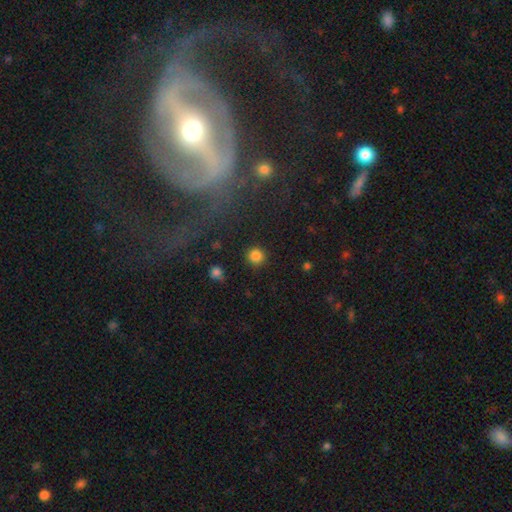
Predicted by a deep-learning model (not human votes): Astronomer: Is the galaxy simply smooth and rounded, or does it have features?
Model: smooth — 85%.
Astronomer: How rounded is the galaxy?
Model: round — 95%.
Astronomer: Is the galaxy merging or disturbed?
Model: none — 91%.